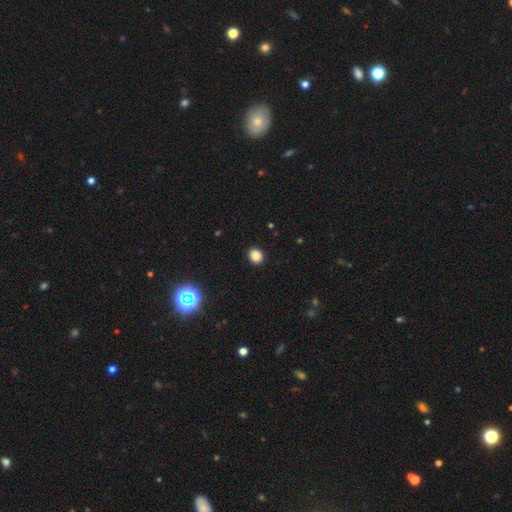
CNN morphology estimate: The model was most divided on "how rounded": round: 70%, in between: 29%, cigar-shaped: 1%. More confident: merging — none (91%); smooth or featured — smooth (85%).